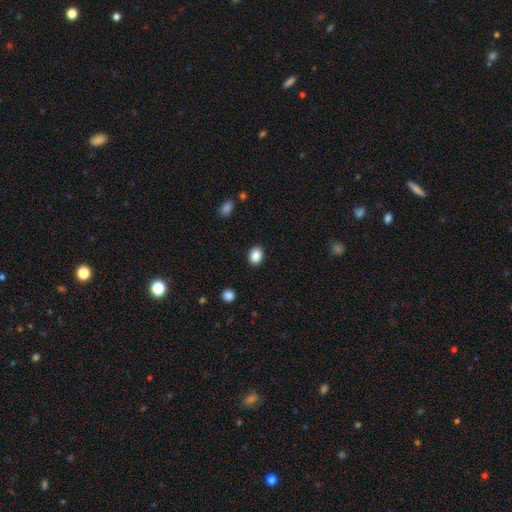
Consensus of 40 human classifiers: Smooth or featured? 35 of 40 (88%) said smooth. How rounded? 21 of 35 (60%) said in between. Merging? 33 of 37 (89%) said none.